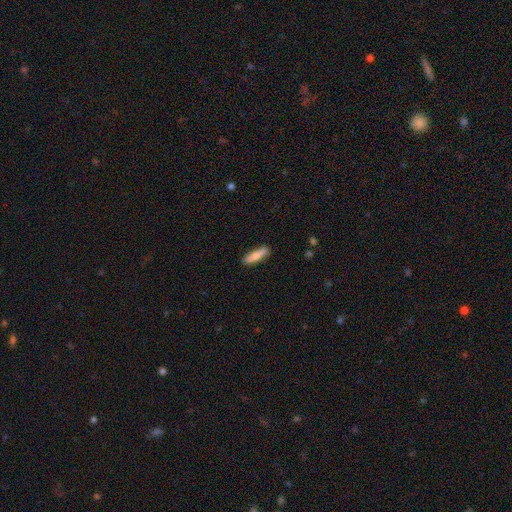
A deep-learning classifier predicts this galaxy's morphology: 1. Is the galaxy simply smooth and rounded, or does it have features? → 81% smooth, 13% featured or disk, 6% star or artifact.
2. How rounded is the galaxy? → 78% cigar-shaped, 21% in between, 2% round.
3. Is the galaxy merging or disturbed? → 85% none, 11% minor disturbance, 2% major disturbance, 2% merger.